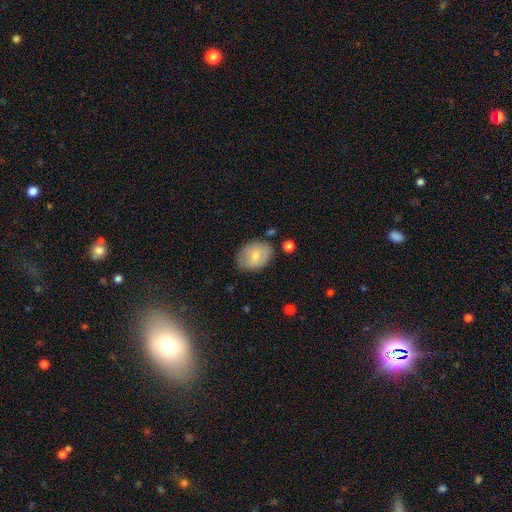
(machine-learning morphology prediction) type=smooth (65%); roundness=in between (61%); merging=none (71%).